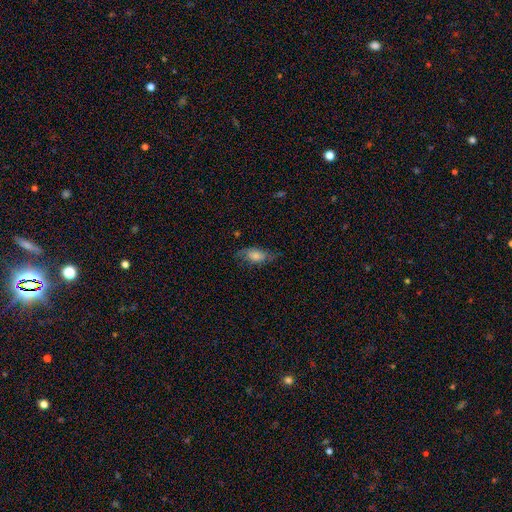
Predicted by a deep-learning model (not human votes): Overall: smooth (66%). How rounded: in between (83%). Merging: none (61%; minor disturbance 26%).